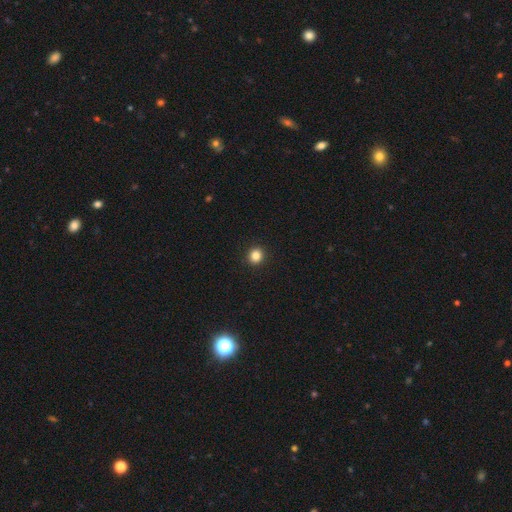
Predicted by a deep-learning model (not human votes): This is clearly a smooth galaxy (85%). How rounded: clearly round (88%). Merging: clearly none (93%).